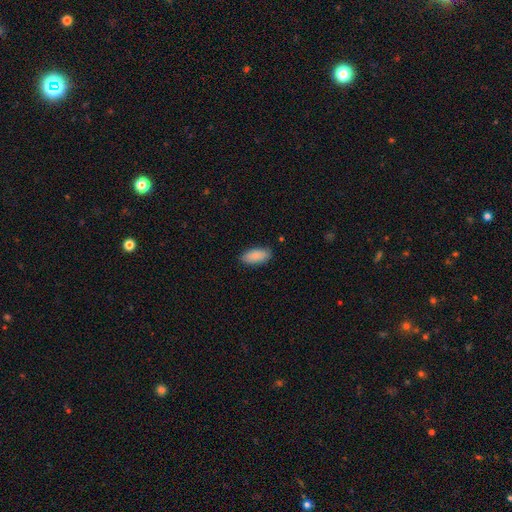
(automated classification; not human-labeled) This is clearly a smooth galaxy (89%). How rounded: clearly in between (90%). Merging: clearly none (84%).